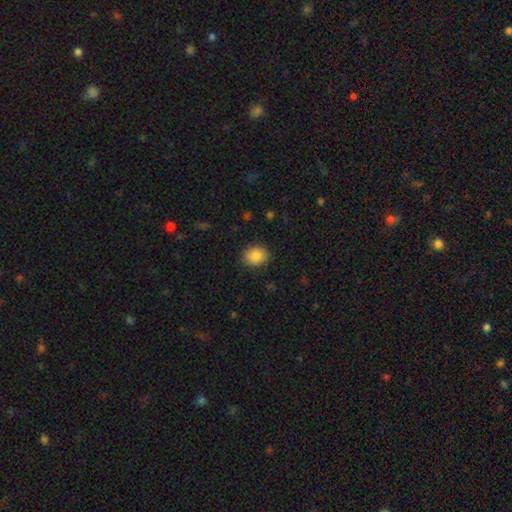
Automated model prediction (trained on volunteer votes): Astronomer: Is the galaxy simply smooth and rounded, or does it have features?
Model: smooth — 88%.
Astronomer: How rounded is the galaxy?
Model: in between — 50%, tied with round at 50%.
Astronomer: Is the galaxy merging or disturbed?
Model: none — 87%.